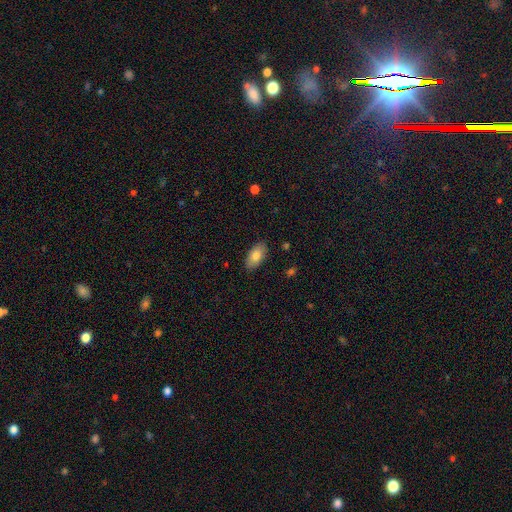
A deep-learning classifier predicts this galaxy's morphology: Smooth or featured? smooth (80%)
How rounded? in between (93%)
Merging? none (87%)